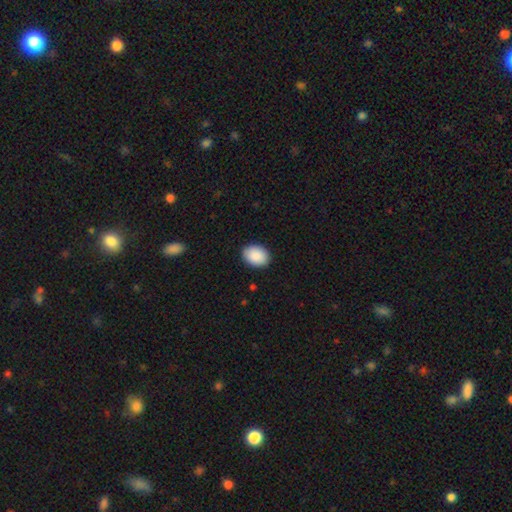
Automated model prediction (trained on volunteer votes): Morphology: type=smooth (91%); roundness=in between (72%); merging=none (89%).